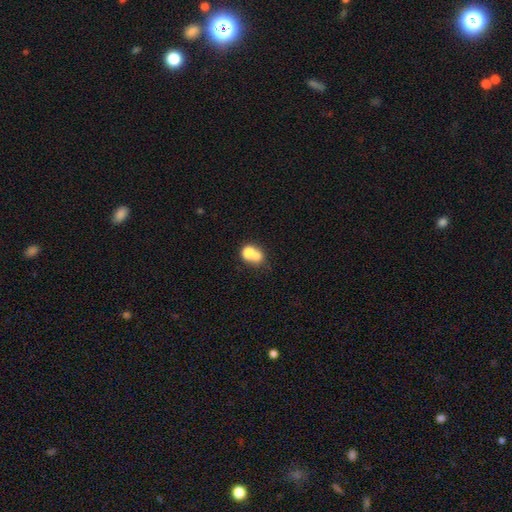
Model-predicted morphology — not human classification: smooth_or_featured: smooth (p=0.70) [alt: featured or disk p=0.18]
how_rounded: round (p=0.68) [alt: in between p=0.31]
merging: merger (p=0.60) [alt: none p=0.29]